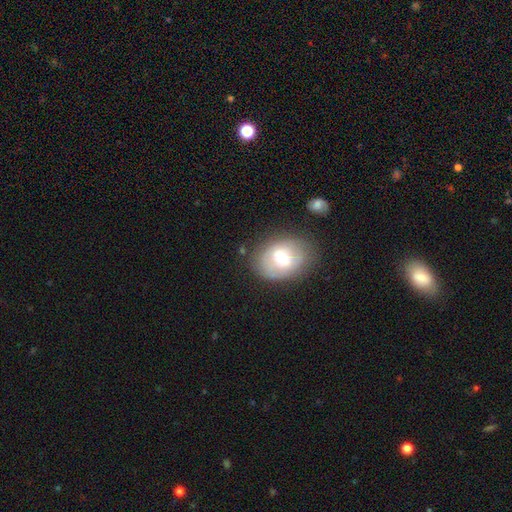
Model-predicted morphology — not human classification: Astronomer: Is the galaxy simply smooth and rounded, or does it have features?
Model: smooth — 52% (runner-up: featured or disk, 38%).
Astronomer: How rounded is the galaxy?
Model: in between — 59% (runner-up: round, 40%).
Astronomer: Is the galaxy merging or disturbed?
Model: none — 76%.